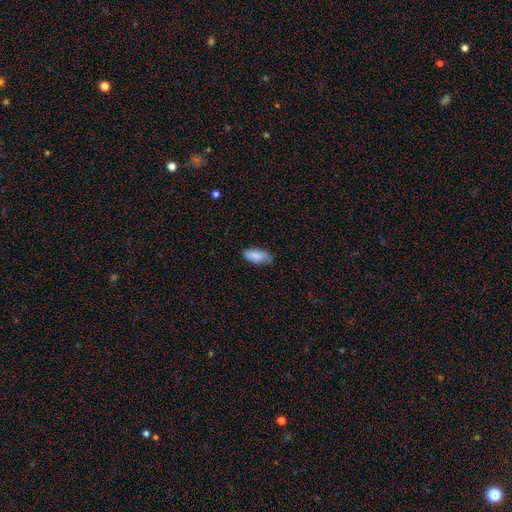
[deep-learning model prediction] Smooth or featured? Predicted: smooth (p=0.85). How rounded? Predicted: in between (p=0.85). Merging? Predicted: none (p=0.69).